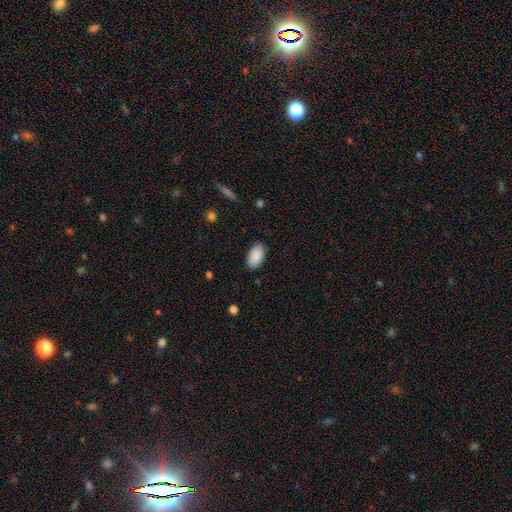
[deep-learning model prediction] This appears to be a smooth galaxy with no disk features (90%) that is in between round and cigar-shaped (95%). Merging: none (87%).